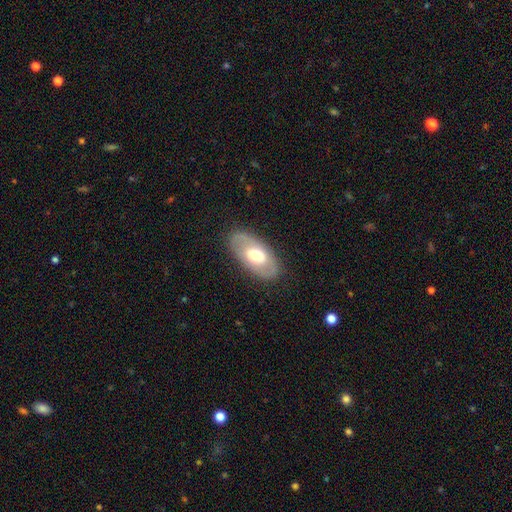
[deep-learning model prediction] Q: Smooth or featured?
A: smooth (47%); tied with: featured or disk (47%)
Q: Merging?
A: none (84%); runner-up: minor disturbance (11%)